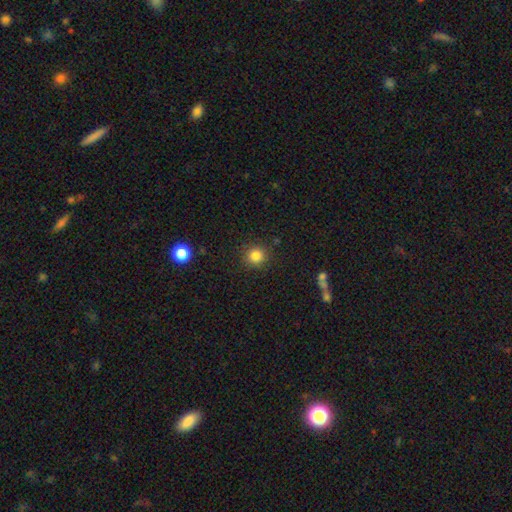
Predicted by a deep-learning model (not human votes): A smooth galaxy with no disk features (83%) that is round (92%). Merging: none (90%).